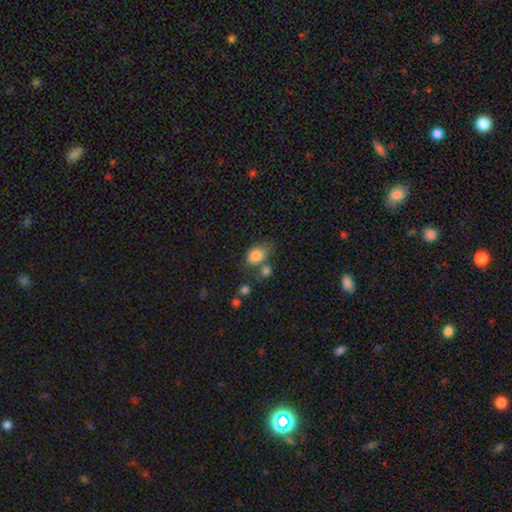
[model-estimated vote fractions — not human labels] Overall: smooth (83%). How rounded: in between (75%). Merging: none (45%; merger 24%).